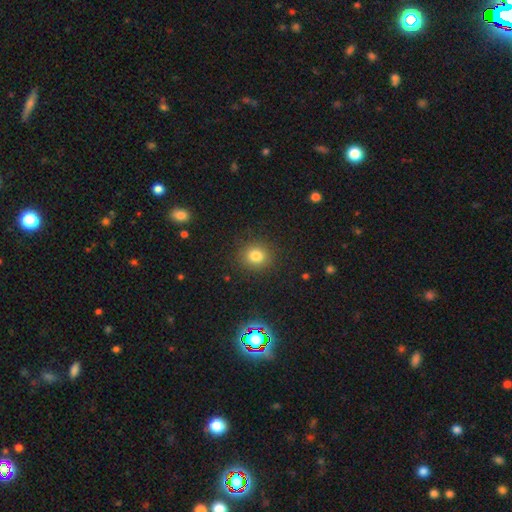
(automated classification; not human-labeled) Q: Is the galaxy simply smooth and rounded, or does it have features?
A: smooth — 78%.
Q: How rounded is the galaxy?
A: round — 81%.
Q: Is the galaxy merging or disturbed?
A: none — 88%.